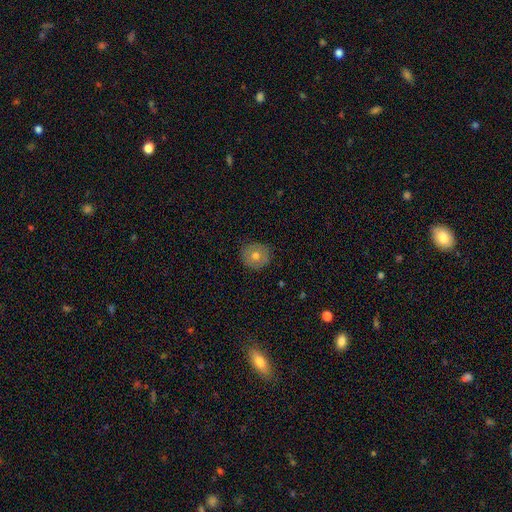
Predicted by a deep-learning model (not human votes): Smooth or featured? smooth (63%)
How rounded? round (91%)
Merging? none (87%)